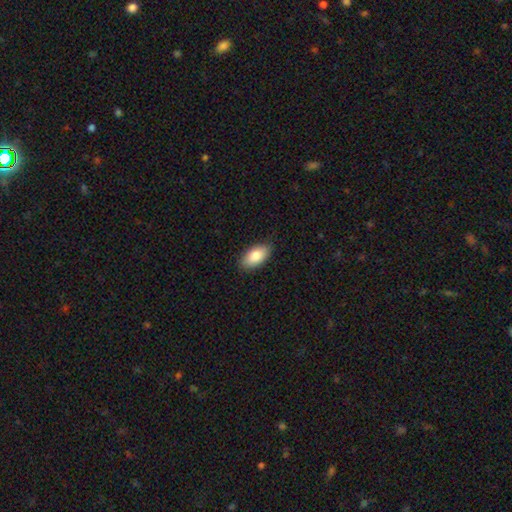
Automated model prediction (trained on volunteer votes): The model was most divided on "smooth or featured": smooth: 83%, featured or disk: 11%, star or artifact: 6%. More confident: how rounded — in between (92%); merging — none (85%).